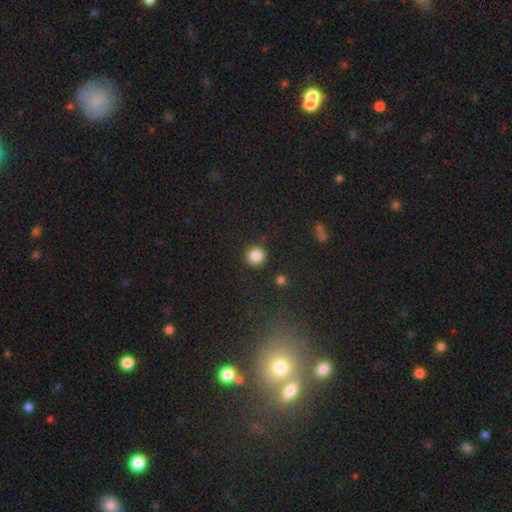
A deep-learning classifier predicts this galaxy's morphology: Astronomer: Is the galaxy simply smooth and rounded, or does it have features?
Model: smooth — 86%.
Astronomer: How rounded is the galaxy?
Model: round — 94%.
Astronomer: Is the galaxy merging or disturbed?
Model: none — 90%.